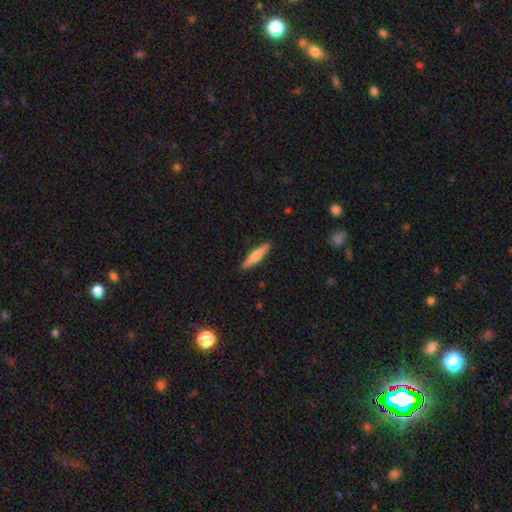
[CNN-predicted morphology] The model was most divided on "smooth or featured": smooth: 58%, featured or disk: 37%, star or artifact: 5%. More confident: merging — none (90%); how rounded — cigar-shaped (87%).